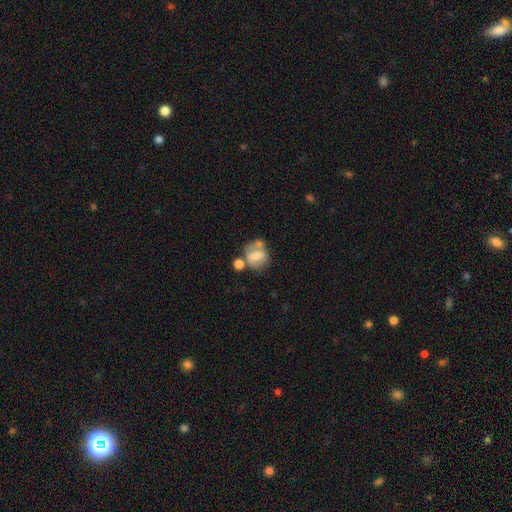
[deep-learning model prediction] smooth_or_featured: smooth (p=0.60) [alt: featured or disk p=0.30]
how_rounded: round (p=0.50) [alt: in between p=0.48]
merging: none (p=0.35) [alt: merger p=0.34]